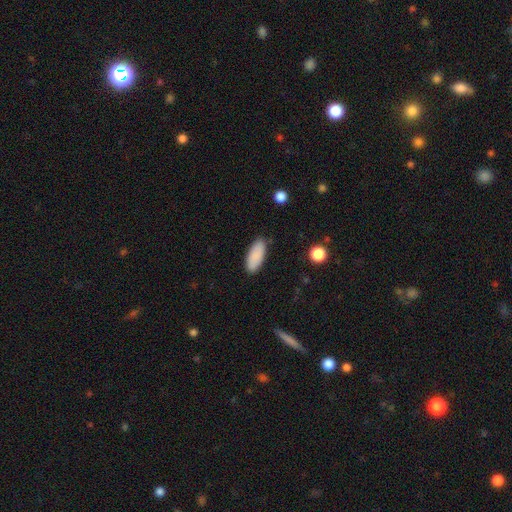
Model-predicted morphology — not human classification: type=smooth (88%); roundness=in between (81%); merging=none (86%).